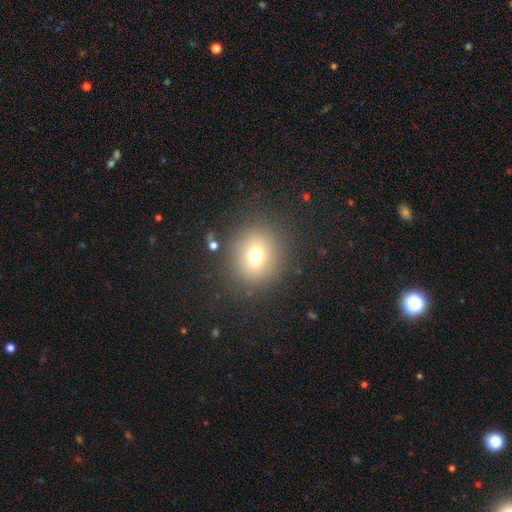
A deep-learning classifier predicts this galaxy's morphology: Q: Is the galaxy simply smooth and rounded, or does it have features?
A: smooth — 71%.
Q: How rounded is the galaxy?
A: round — 78%.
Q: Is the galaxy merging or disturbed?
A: none — 84%.